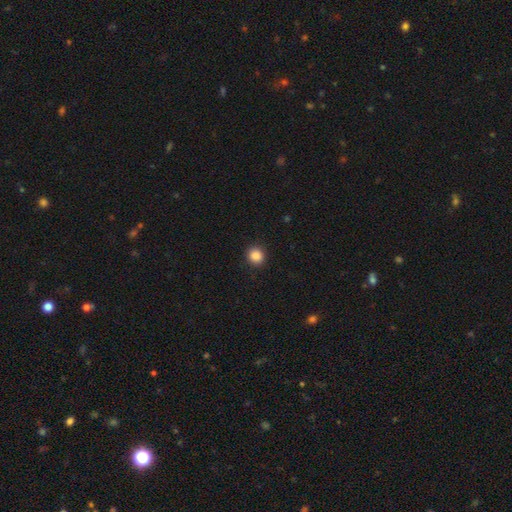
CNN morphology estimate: Smooth or featured? Predicted: smooth (p=0.87). How rounded? Predicted: round (p=0.88). Merging? Predicted: none (p=0.92).